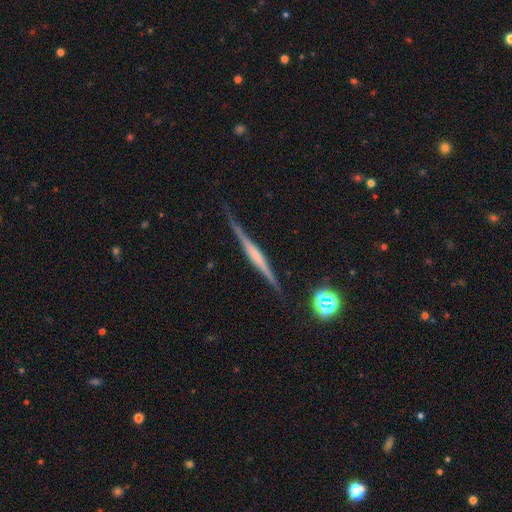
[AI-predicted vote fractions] Morphology: type=featured or disk (76%); edge-on=yes (98%); edge-on bulge=rounded (37%); merging=none (86%).